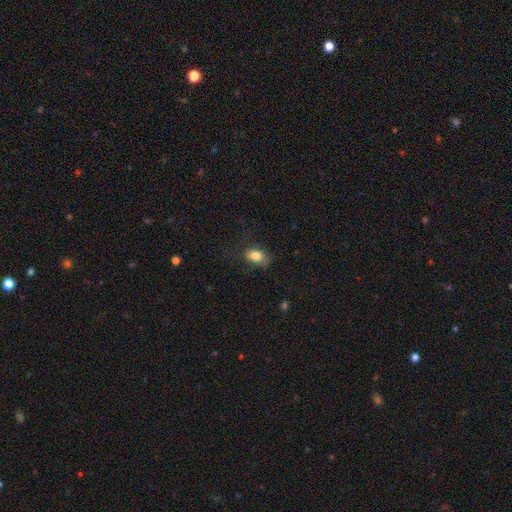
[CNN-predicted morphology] This appears to be a smooth galaxy with no disk features (80%) that is in between round and cigar-shaped (81%). Merging: none (65%).